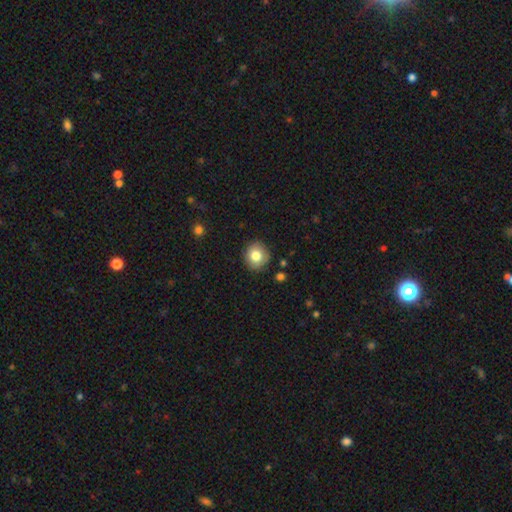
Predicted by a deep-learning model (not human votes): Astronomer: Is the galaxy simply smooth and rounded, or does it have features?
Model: smooth — 81%.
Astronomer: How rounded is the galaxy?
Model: round — 86%.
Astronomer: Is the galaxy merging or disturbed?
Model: none — 87%.